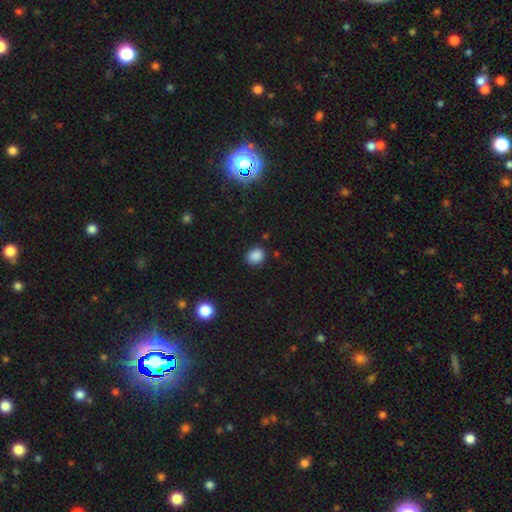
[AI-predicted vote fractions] smooth 86%, star or artifact 11%, featured or disk 3%. Down the decision tree: how rounded — round (60%); merging — none (85%).